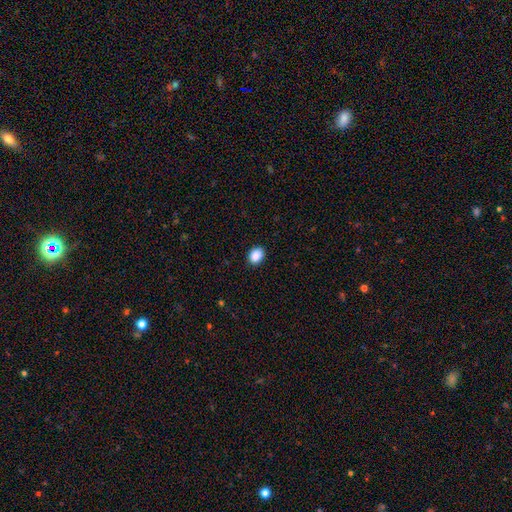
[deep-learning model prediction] Morphology: type=smooth (89%); roundness=in between (63%); merging=none (89%).